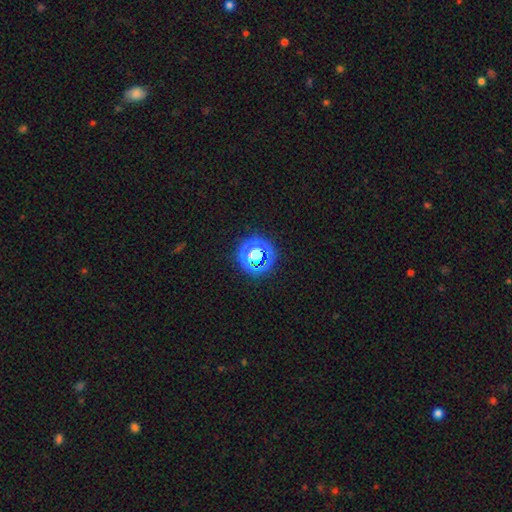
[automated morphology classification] Q: Smooth or featured?
A: star or artifact (56%); runner-up: smooth (33%)